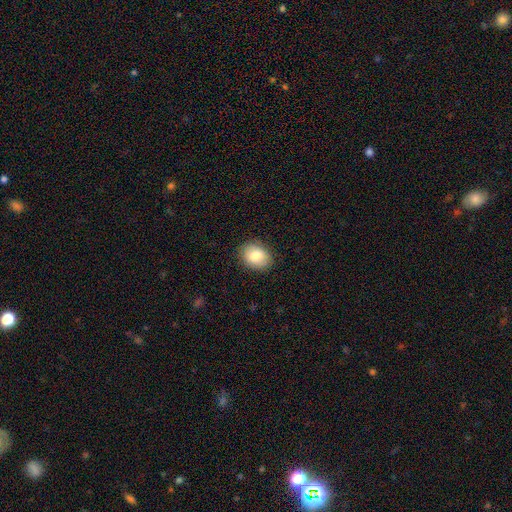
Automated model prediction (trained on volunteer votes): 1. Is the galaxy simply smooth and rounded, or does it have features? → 83% smooth, 9% featured or disk, 8% star or artifact.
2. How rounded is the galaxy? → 62% in between, 37% round, 1% cigar-shaped.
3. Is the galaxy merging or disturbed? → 87% none, 10% minor disturbance, 2% major disturbance, 1% merger.